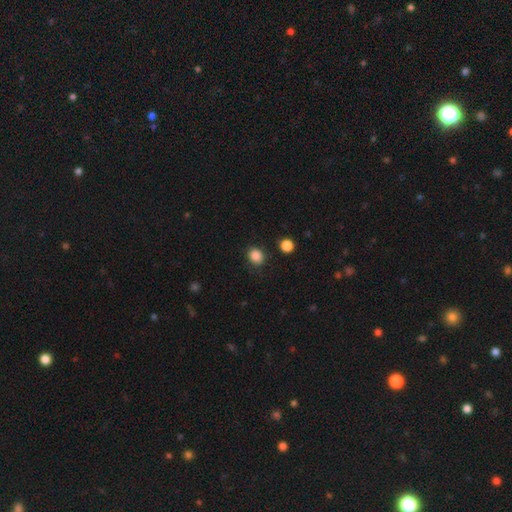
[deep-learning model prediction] The model was most divided on "how rounded": round: 71%, in between: 28%, cigar-shaped: 1%. More confident: smooth or featured — smooth (86%); merging — none (83%).